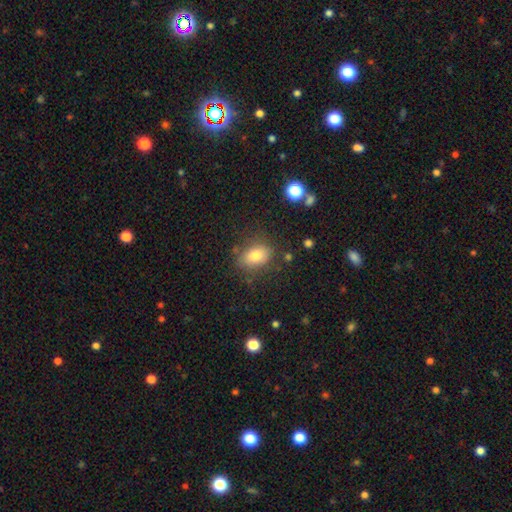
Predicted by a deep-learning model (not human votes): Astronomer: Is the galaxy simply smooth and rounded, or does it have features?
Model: smooth — 78%.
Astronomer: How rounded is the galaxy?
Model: in between — 76%.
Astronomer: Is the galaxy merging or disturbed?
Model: none — 77%.